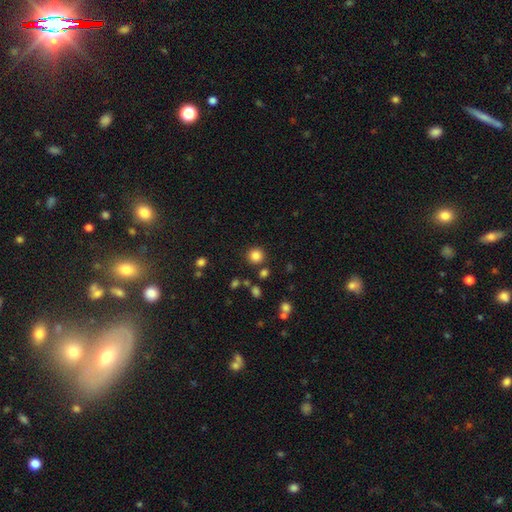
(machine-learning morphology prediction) Overall: smooth (84%). How rounded: round (93%). Merging: none (86%).